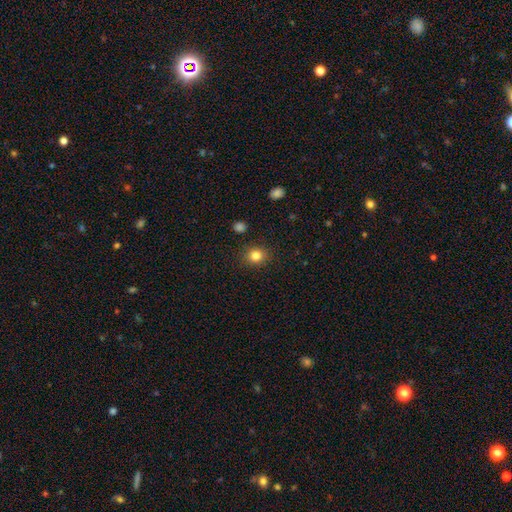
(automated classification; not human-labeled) smooth-or-featured: smooth: 83% | star or artifact: 11% | featured or disk: 5%
  how-rounded: round: 77% | in between: 23% | cigar-shaped: 1%
  merging: none: 88% | minor disturbance: 8% | major disturbance: 2% | merger: 1%